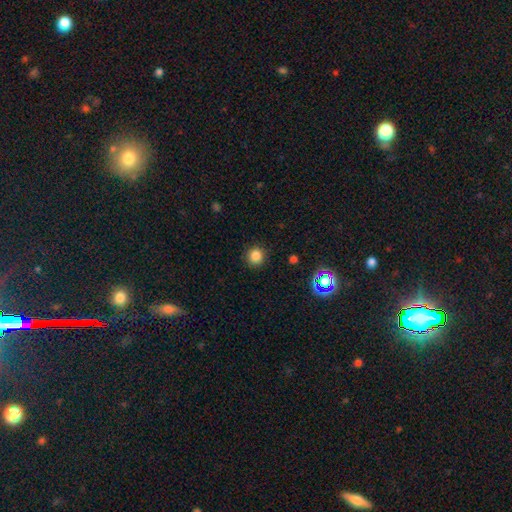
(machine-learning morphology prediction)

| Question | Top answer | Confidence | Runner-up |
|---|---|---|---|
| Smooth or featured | smooth | 83% | star or artifact (13%) |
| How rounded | round | 93% | in between (6%) |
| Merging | none | 90% | minor disturbance (7%) |